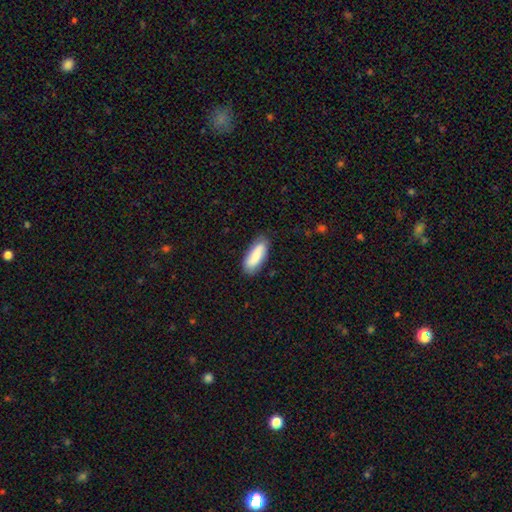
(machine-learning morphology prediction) type=smooth (79%); roundness=in between (73%); merging=none (79%).